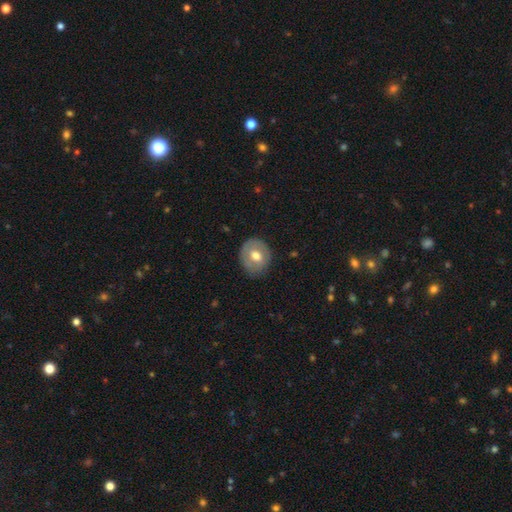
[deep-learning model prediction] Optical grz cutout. It shows a smooth galaxy with no disk features (57%) that is round (68%). Merging: none (80%).